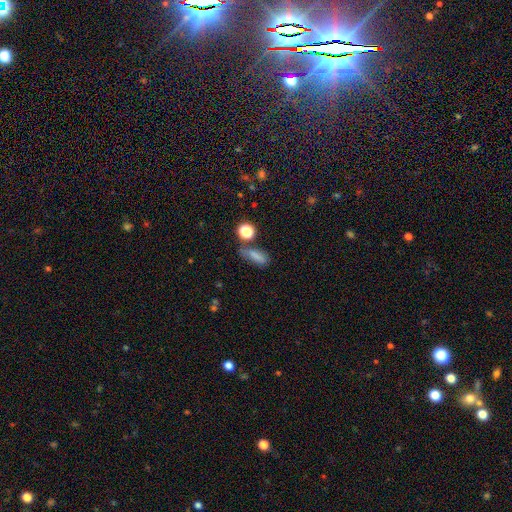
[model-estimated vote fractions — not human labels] Smooth or featured?
  - smooth: 75% *
  - star or artifact: 15%
  - featured or disk: 10%
How rounded?
  - in between: 53% *
  - cigar-shaped: 35%
  - round: 12%
Merging?
  - none: 55% *
  - minor disturbance: 22%
  - merger: 13%
  - major disturbance: 11%